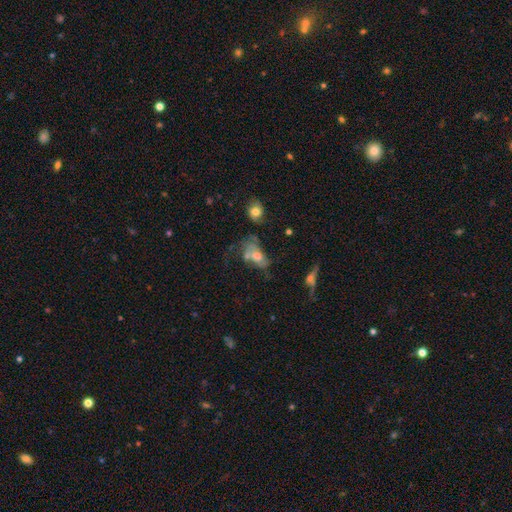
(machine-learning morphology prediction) Smooth or featured? Predicted: smooth (p=0.44). Merging? Predicted: major disturbance (p=0.35).